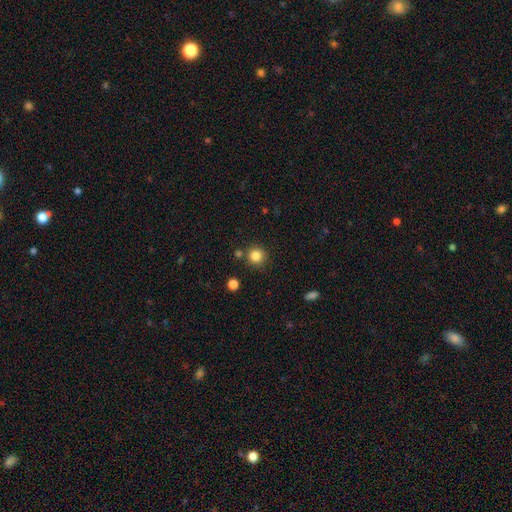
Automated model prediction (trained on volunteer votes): smooth_or_featured: smooth (p=0.84) [alt: star or artifact p=0.11]
how_rounded: round (p=0.93) [alt: in between p=0.06]
merging: none (p=0.83) [alt: minor disturbance p=0.08]